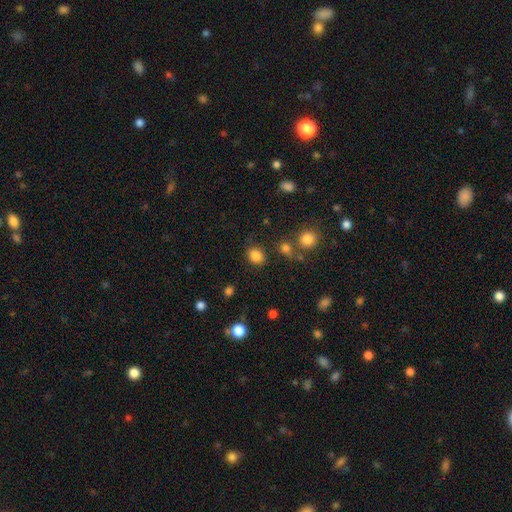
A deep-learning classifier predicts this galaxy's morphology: Smooth or featured?
  - smooth: 84% *
  - star or artifact: 12%
  - featured or disk: 5%
How rounded?
  - round: 53% *
  - in between: 46%
  - cigar-shaped: 1%
Merging?
  - none: 79% *
  - minor disturbance: 12%
  - merger: 5%
  - major disturbance: 4%